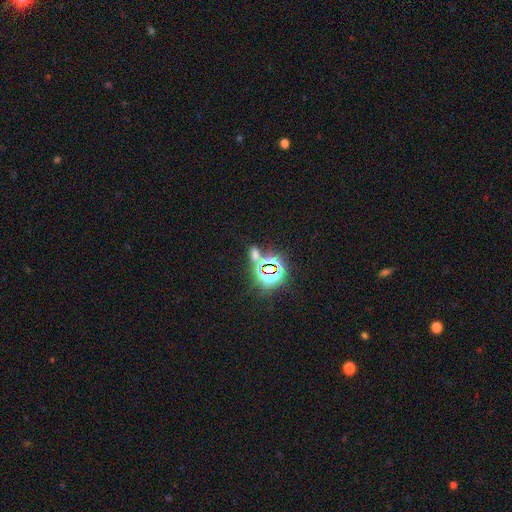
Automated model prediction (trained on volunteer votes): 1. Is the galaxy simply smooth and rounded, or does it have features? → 56% star or artifact, 35% smooth, 8% featured or disk.